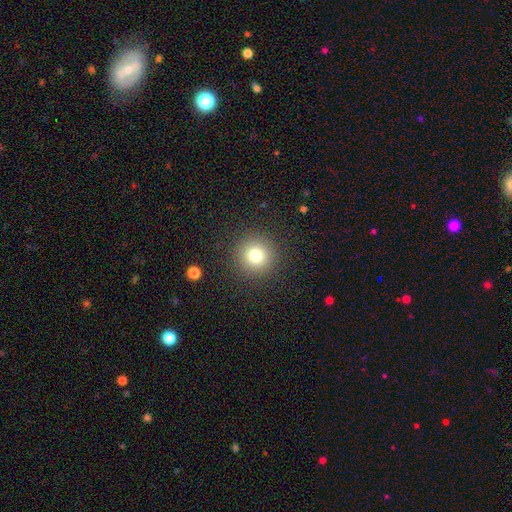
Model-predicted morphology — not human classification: A smooth galaxy with no disk features (77%) that is round (96%). Merging: none (91%).